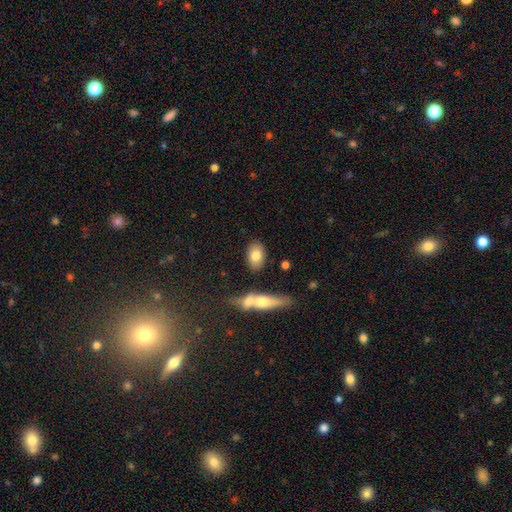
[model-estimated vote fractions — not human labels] This is likely a smooth galaxy (78%). How rounded: clearly in between (84%). Merging: likely none (79%).